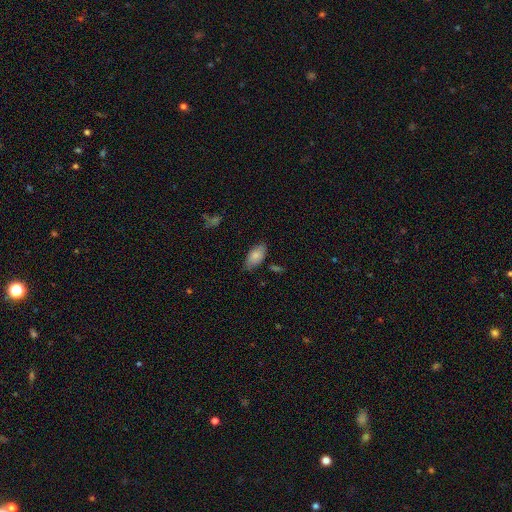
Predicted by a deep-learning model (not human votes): The model was most divided on "merging": none: 73%, minor disturbance: 21%, major disturbance: 4%, merger: 2%. More confident: how rounded — in between (93%); smooth or featured — smooth (79%).